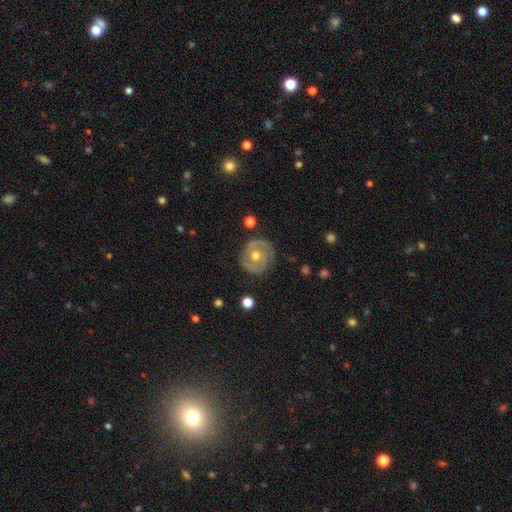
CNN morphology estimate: Smooth or featured?
  - featured or disk: 75% *
  - smooth: 19%
  - star or artifact: 7%
Edge-on disk?
  - no: 97% *
  - yes: 3%
Bar?
  - no: 72% *
  - weak: 22%
  - strong: 6%
Spiral arms?
  - yes: 77% *
  - no: 23%
Spiral winding?
  - tight: 55% *
  - medium: 35%
  - loose: 10%
Spiral arm count?
  - 2: 70% *
  - can't tell: 16%
  - 3: 6%
  - 1: 4%
  - 4: 2%
  - more than 4: 2%
Bulge size?
  - moderate: 77% *
  - small: 17%
  - large: 4%
  - none: 1%
  - dominant: 1%
Merging?
  - none: 81% *
  - minor disturbance: 13%
  - major disturbance: 4%
  - merger: 1%